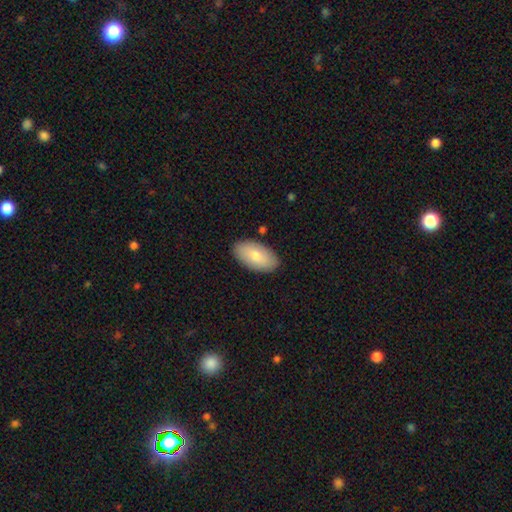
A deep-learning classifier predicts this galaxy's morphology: A smooth galaxy with no disk features (78%) that is in between round and cigar-shaped (95%). Merging: none (86%).